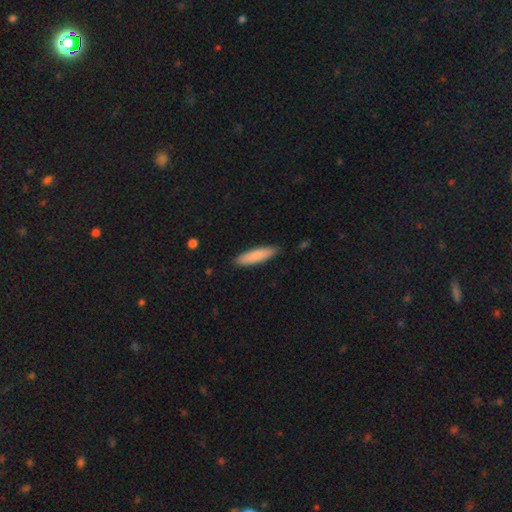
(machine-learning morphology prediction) Q: Smooth or featured?
A: smooth (85%); runner-up: featured or disk (9%)
Q: How rounded?
A: cigar-shaped (76%); runner-up: in between (23%)
Q: Merging?
A: none (87%); runner-up: minor disturbance (10%)